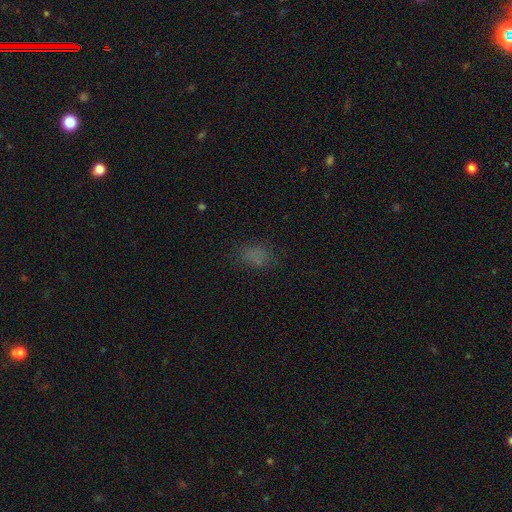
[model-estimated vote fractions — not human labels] The model was most divided on "smooth or featured": smooth: 72%, star or artifact: 19%, featured or disk: 9%. More confident: how rounded — in between (82%); merging — none (72%).